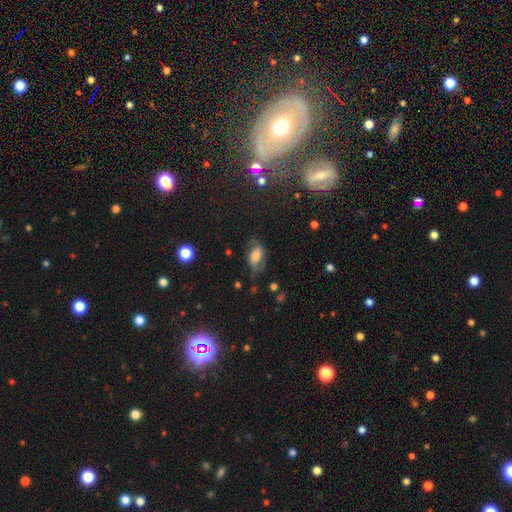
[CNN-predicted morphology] Smooth or featured? Predicted: smooth (p=0.49). Merging? Predicted: none (p=0.59).